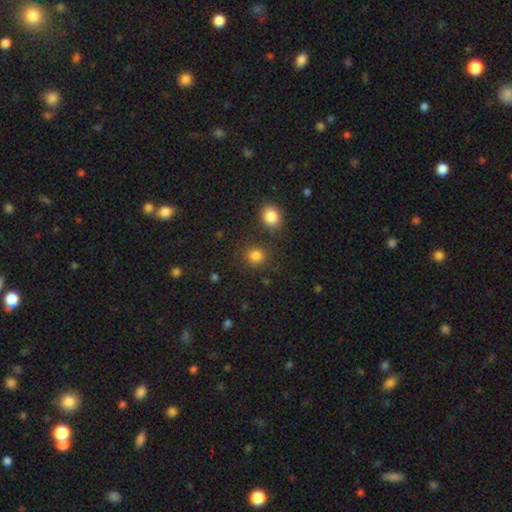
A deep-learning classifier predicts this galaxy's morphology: smooth_or_featured: smooth (p=0.82) [alt: star or artifact p=0.13]
how_rounded: round (p=0.86) [alt: in between p=0.13]
merging: none (p=0.77) [alt: merger p=0.09]